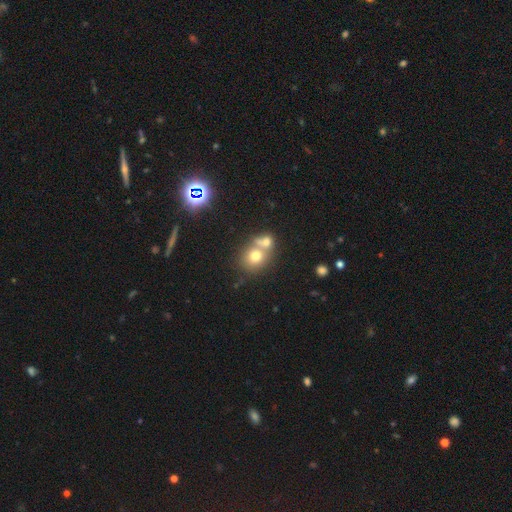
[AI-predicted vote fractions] Smooth or featured: smooth — 71% (featured or disk — 15%)
How rounded: round — 75% (in between — 24%)
Merging: merger — 51% (none — 38%)